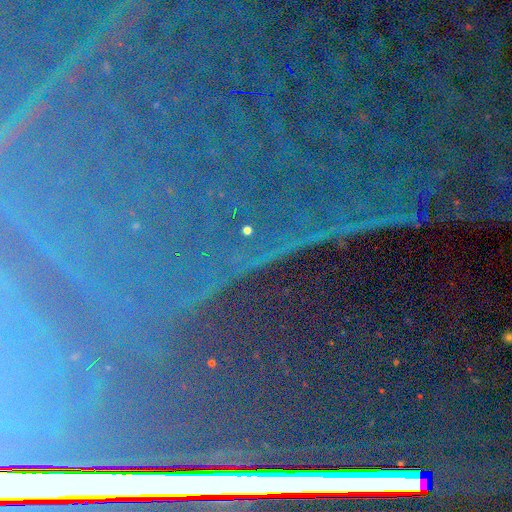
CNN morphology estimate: A star or artifact, not a galaxy (87%).

Vote fractions:
- Smooth or featured? star or artifact: 87% / featured or disk: 7% / smooth: 6%